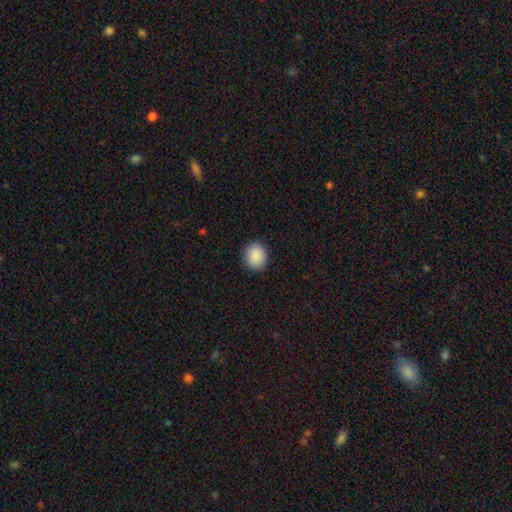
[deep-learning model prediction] Morphology: type=smooth (90%); roundness=round (73%); merging=none (90%).